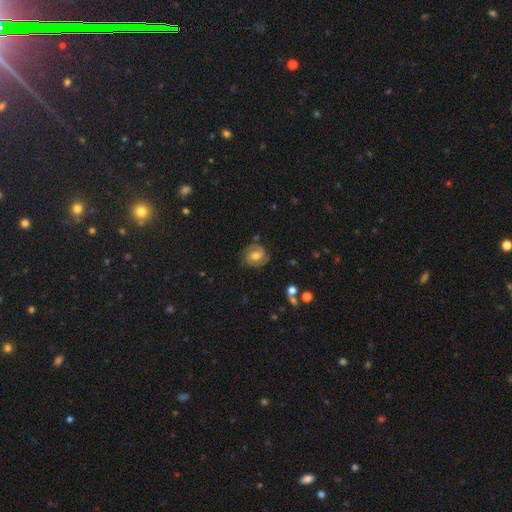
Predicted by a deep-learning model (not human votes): This appears to be a featured or disk galaxy (70%) with a weak bar (44%, tied with no), 2 (79%) tight (50%) spiral arms (91%) and a moderate central bulge (69%). Merging: none (78%).